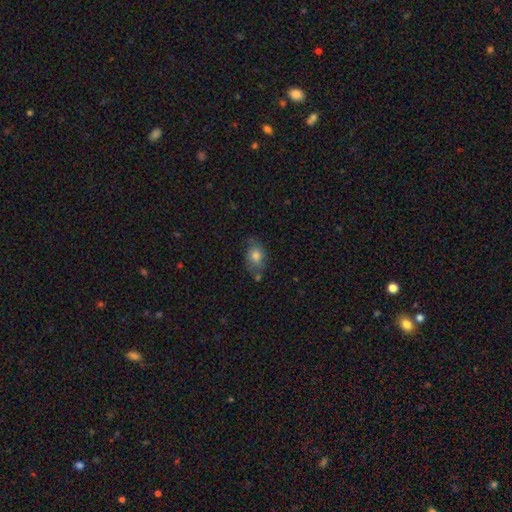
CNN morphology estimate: Smooth or featured? Predicted: smooth (p=0.76). How rounded? Predicted: in between (p=0.71). Merging? Predicted: none (p=0.59).